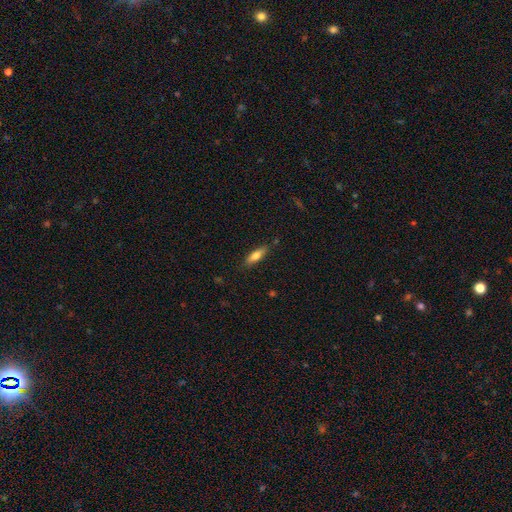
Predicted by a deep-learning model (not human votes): smooth_or_featured: smooth (p=0.72) [alt: featured or disk p=0.22]
how_rounded: cigar-shaped (p=0.51) [alt: in between p=0.47]
merging: none (p=0.82) [alt: minor disturbance p=0.13]